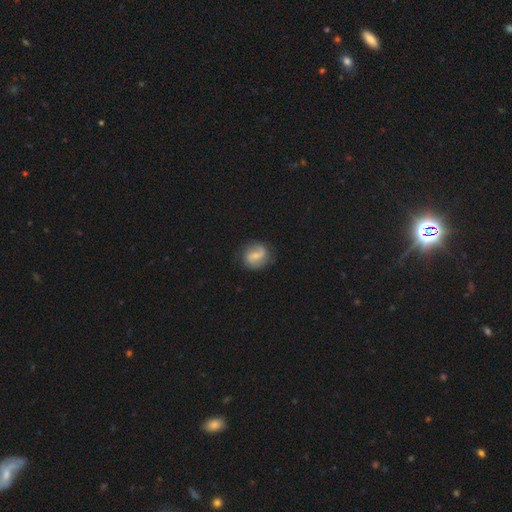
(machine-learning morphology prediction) Smooth or featured: featured or disk — 61% (smooth — 33%)
Edge-on disk: no — 98% (yes — 2%)
Bar: weak — 51% (no — 26%)
Spiral arms: yes — 86% (no — 14%)
Spiral winding: loose — 43% (medium — 40%)
Spiral arm count: 2 — 86% (can't tell — 7%)
Bulge size: small — 57% (moderate — 31%)
Merging: none — 80% (minor disturbance — 14%)